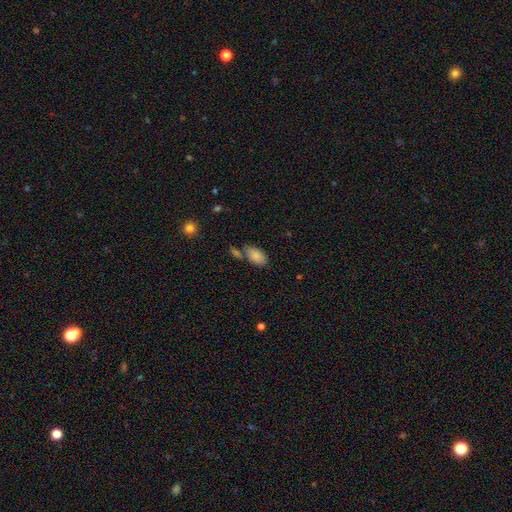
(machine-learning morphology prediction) Smooth or featured: smooth — 86% (star or artifact — 8%)
How rounded: in between — 94% (round — 4%)
Merging: none — 56% (merger — 21%)